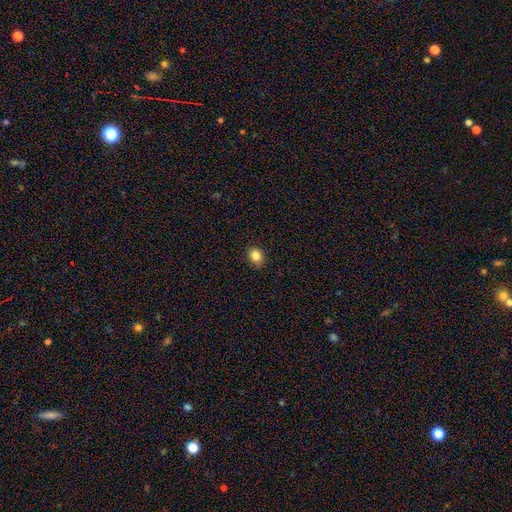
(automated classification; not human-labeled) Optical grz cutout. It shows a smooth galaxy with no disk features (84%) that is round (69%). Merging: none (88%).